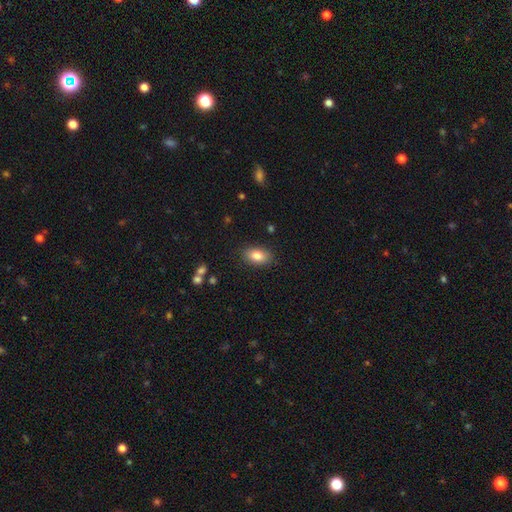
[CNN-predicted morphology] smooth 83%, featured or disk 9%, star or artifact 9%. Down the decision tree: how rounded — in between (86%); merging — none (87%).